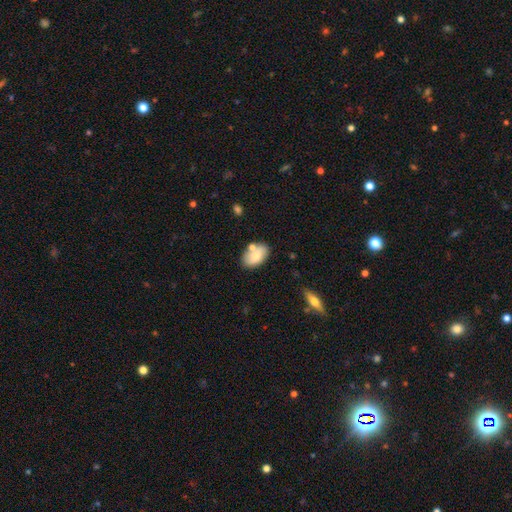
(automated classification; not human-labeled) Smooth or featured?
  - smooth: 73% *
  - featured or disk: 20%
  - star or artifact: 7%
How rounded?
  - in between: 91% *
  - round: 8%
  - cigar-shaped: 1%
Merging?
  - none: 67% *
  - minor disturbance: 16%
  - merger: 13%
  - major disturbance: 3%